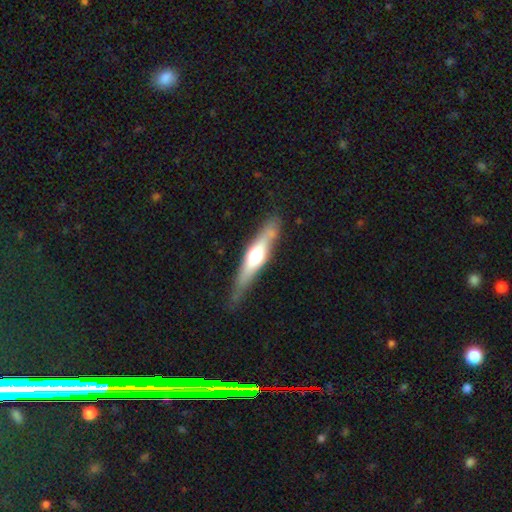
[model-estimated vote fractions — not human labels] A featured or disk galaxy (56%) viewed edge-on (88%).

Vote fractions:
- Smooth or featured? featured or disk: 56% / smooth: 39% / star or artifact: 5%
- Edge-on disk? yes: 88% / no: 12%
- Merging? none: 75% / minor disturbance: 18% / major disturbance: 5% / merger: 3%